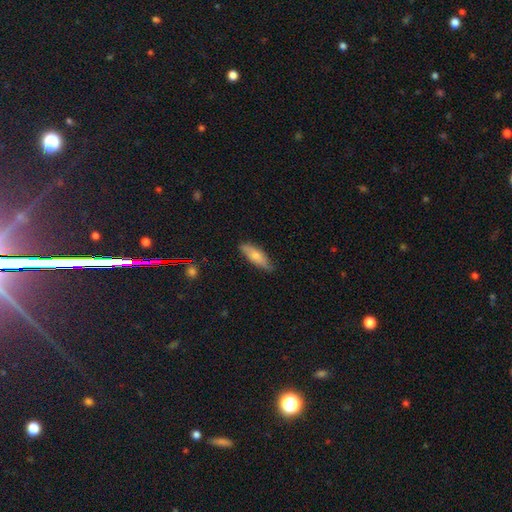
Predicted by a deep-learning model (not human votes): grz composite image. It shows a smooth galaxy with no disk features (72%) that is in between round and cigar-shaped (58%). Merging: none (77%).